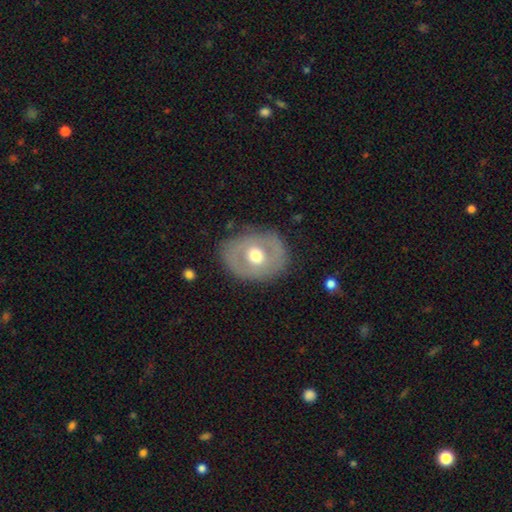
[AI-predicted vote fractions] A featured or disk galaxy (49%).

Vote fractions:
- Smooth or featured? featured or disk: 49% / smooth: 44% / star or artifact: 6%
- Merging? none: 77% / minor disturbance: 15% / major disturbance: 6% / merger: 1%